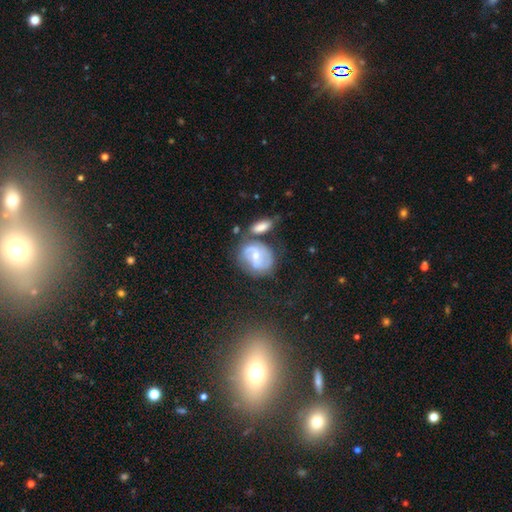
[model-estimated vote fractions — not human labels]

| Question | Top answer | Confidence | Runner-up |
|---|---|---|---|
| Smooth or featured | featured or disk | 64% | smooth (28%) |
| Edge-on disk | no | 96% | yes (4%) |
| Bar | no | 52% | weak (37%) |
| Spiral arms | yes | 83% | no (17%) |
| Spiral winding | medium | 42% | tight (39%) |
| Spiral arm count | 2 | 61% | can't tell (23%) |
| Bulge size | moderate | 49% | small (47%) |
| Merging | none | 51% | minor disturbance (20%) |